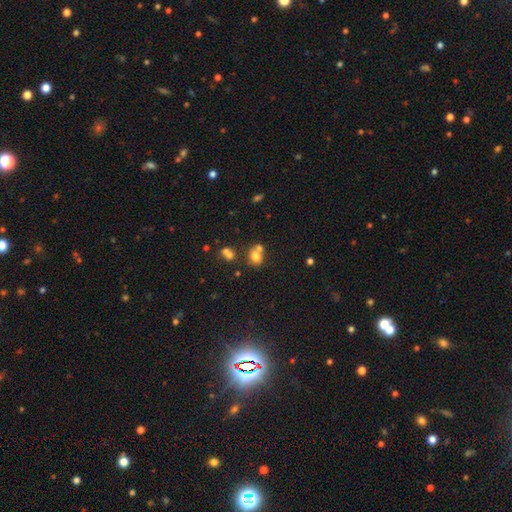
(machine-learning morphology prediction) This is likely a smooth galaxy (72%). How rounded: likely round (68%). Merging: possibly none (45%).